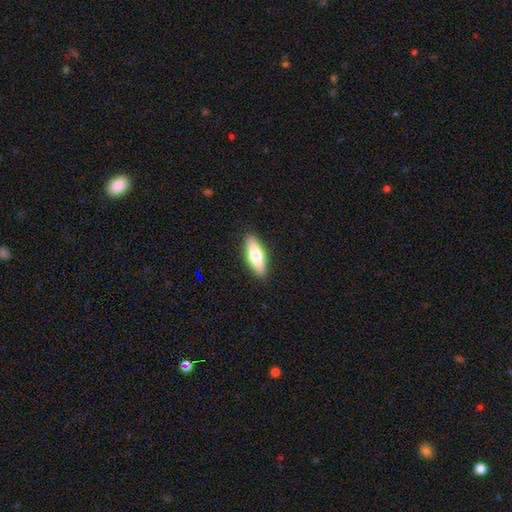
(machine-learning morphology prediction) Smooth or featured: smooth — 66% (featured or disk — 29%)
How rounded: in between — 56% (cigar-shaped — 42%)
Merging: none — 90% (minor disturbance — 8%)